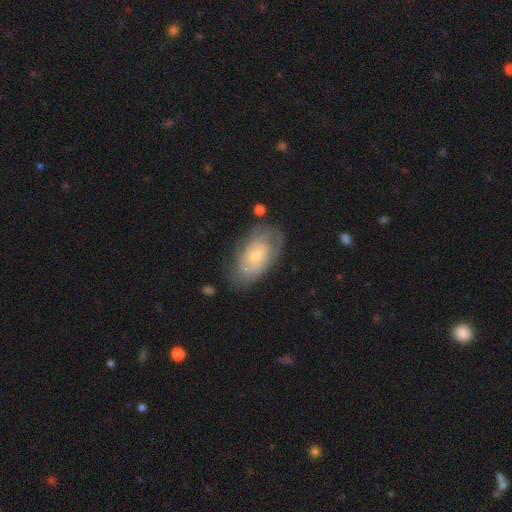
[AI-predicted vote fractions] Smooth or featured: featured or disk — 67% (smooth — 27%)
Edge-on disk: no — 94% (yes — 6%)
Bar: no — 80% (weak — 17%)
Spiral arms: yes — 79% (no — 21%)
Bulge size: small — 52% (moderate — 43%)
Merging: none — 67% (minor disturbance — 22%)